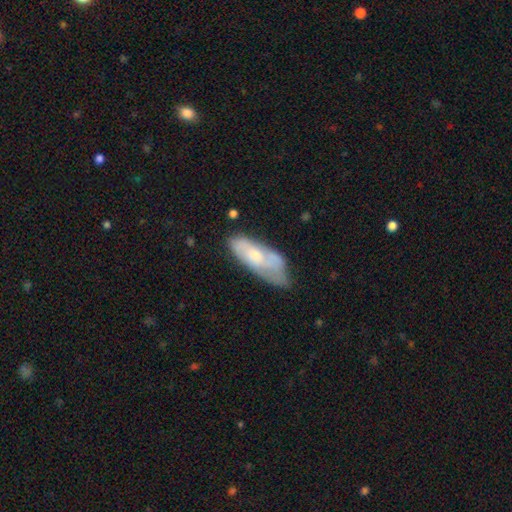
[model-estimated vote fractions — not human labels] The model was most divided on "merging": none: 42%, minor disturbance: 37%, major disturbance: 15%, merger: 6%. More confident: how rounded — in between (70%); smooth or featured — smooth (52%).